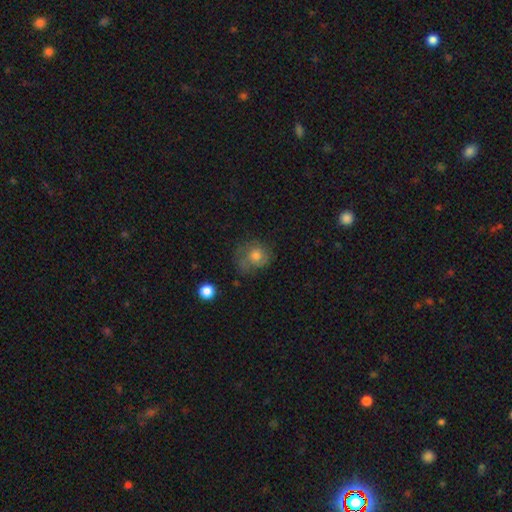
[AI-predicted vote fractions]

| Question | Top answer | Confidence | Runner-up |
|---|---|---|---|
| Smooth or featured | smooth | 61% | featured or disk (28%) |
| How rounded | round | 77% | in between (22%) |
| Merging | none | 52% | minor disturbance (26%) |